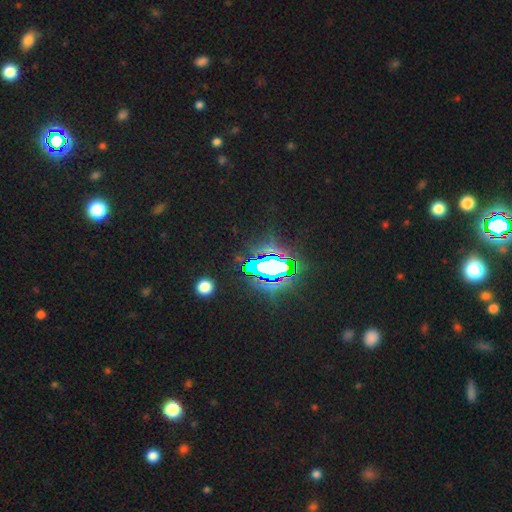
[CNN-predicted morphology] smooth-or-featured: star or artifact: 84% | smooth: 10% | featured or disk: 6%